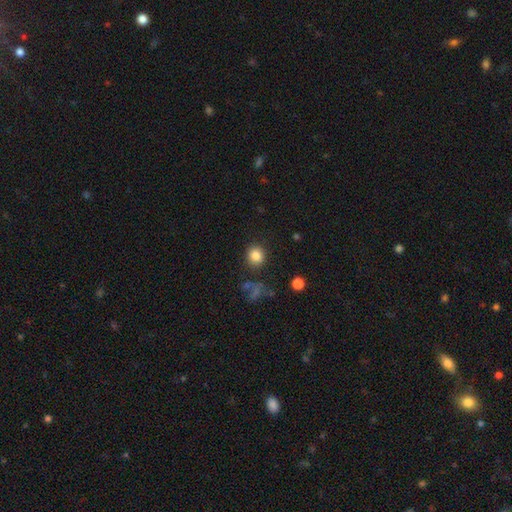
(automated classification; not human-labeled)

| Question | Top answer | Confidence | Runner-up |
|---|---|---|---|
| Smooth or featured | smooth | 84% | star or artifact (11%) |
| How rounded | round | 86% | in between (13%) |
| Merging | none | 85% | minor disturbance (8%) |